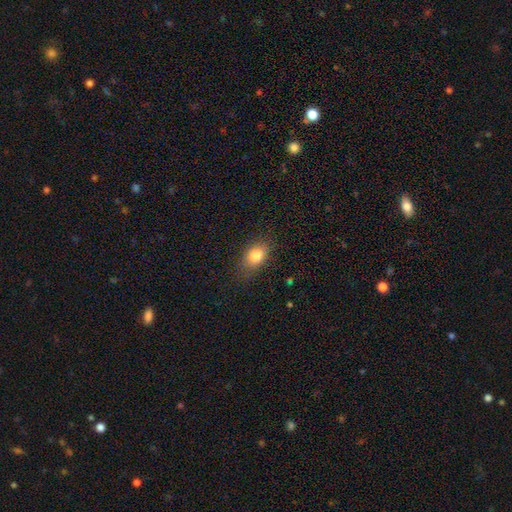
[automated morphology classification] Smooth or featured? smooth (82%)
How rounded? in between (79%)
Merging? none (77%)